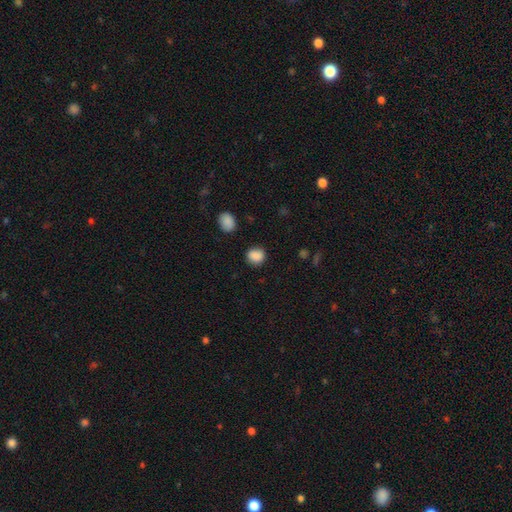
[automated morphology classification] Overall: smooth (87%). How rounded: round (74%). Merging: none (82%).